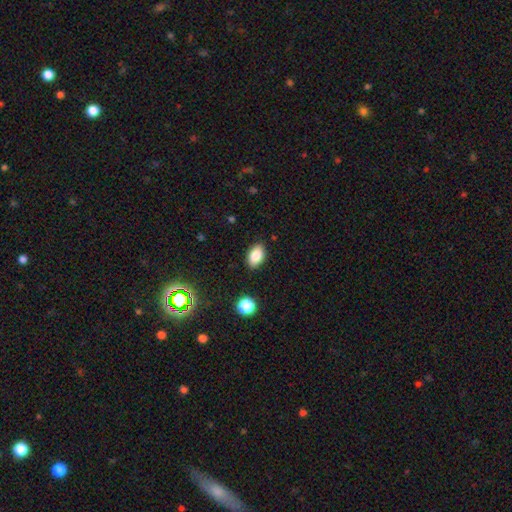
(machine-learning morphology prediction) Smooth or featured: smooth — 85% (star or artifact — 9%)
How rounded: in between — 90% (round — 9%)
Merging: none — 86% (minor disturbance — 10%)